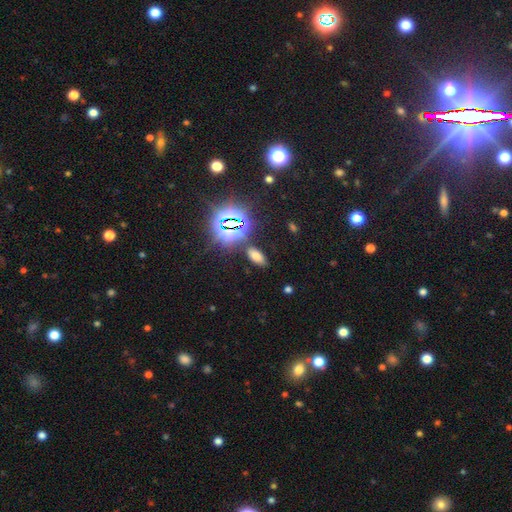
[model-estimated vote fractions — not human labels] Morphology: type=smooth (59%); roundness=in between (85%); merging=none (84%).